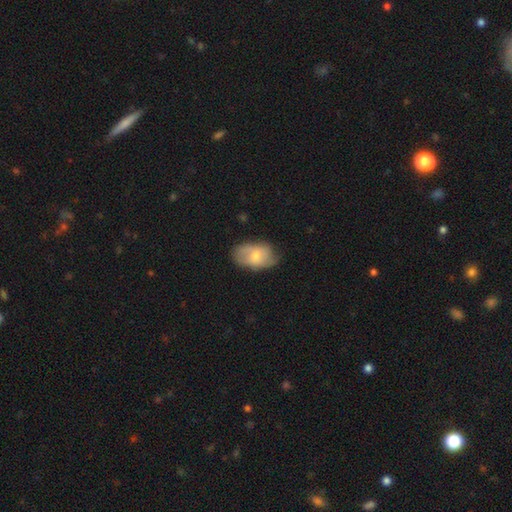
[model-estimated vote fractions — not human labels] This is possibly a smooth galaxy (58%). How rounded: clearly in between (87%). Merging: likely none (62%).